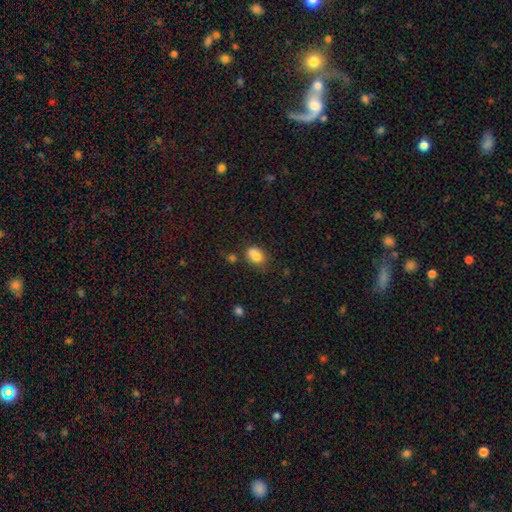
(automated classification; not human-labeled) The model was most divided on "merging": none: 42%, merger: 32%, minor disturbance: 19%, major disturbance: 7%. More confident: smooth or featured — smooth (77%); how rounded — in between (58%).